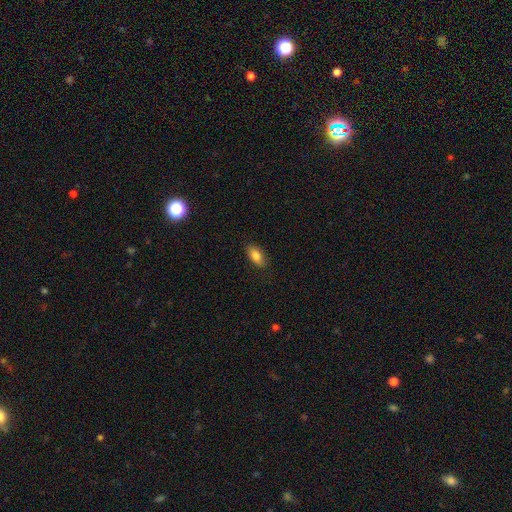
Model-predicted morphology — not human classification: smooth-or-featured: smooth: 84% | featured or disk: 9% | star or artifact: 8%
  how-rounded: in between: 88% | cigar-shaped: 8% | round: 4%
  merging: none: 87% | minor disturbance: 10% | major disturbance: 2% | merger: 1%